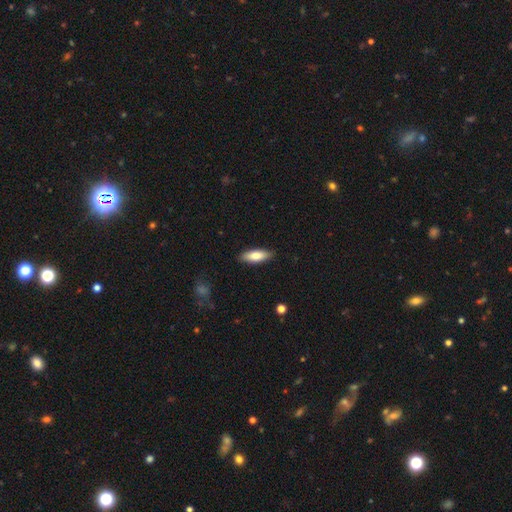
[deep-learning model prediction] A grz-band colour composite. It shows a smooth galaxy with no disk features (78%) that is in between round and cigar-shaped (65%). Merging: none (87%).